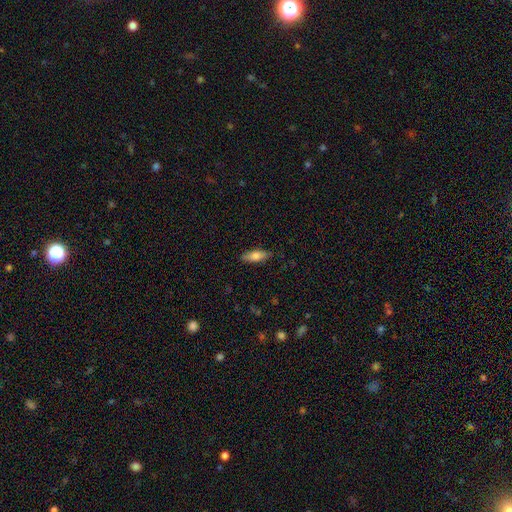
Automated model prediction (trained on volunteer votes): Smooth or featured? smooth (72%)
How rounded? in between (58%)
Merging? none (86%)